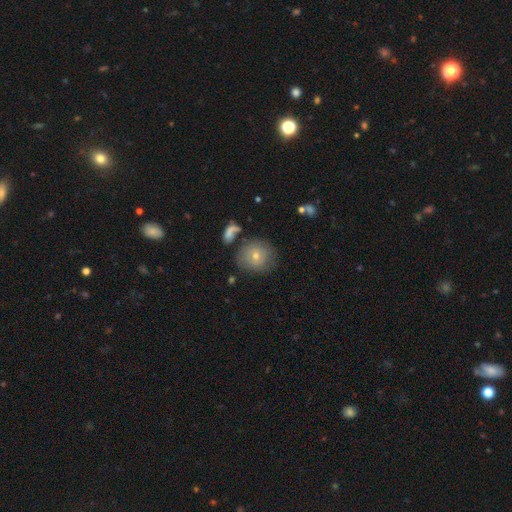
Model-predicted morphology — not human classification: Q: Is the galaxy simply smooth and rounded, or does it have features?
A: smooth — 58%.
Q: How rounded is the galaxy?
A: round — 87%.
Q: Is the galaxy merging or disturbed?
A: none — 75%.